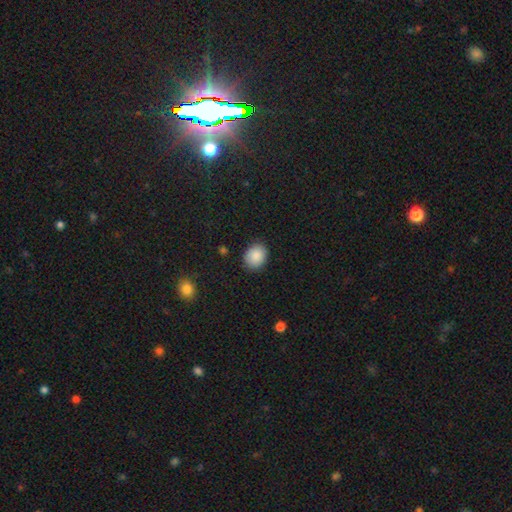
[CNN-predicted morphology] Overall: smooth (88%). How rounded: round (54%; in between 45%). Merging: none (86%).